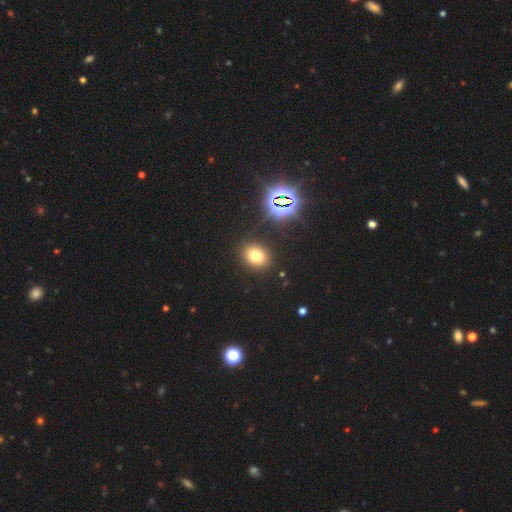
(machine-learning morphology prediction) This is likely a smooth galaxy (70%). How rounded: possibly round (53%). Merging: clearly none (88%).